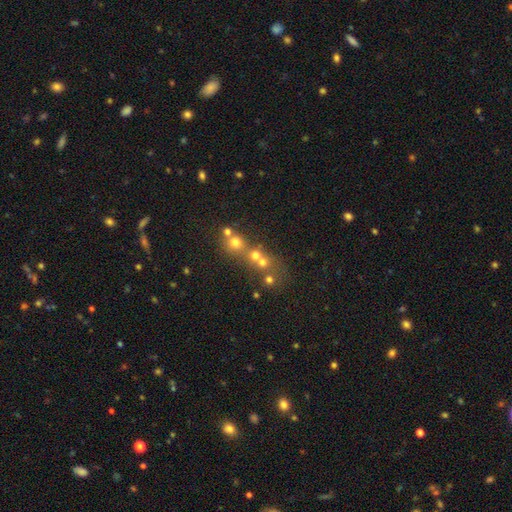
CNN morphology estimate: smooth 51%, star or artifact 27%, featured or disk 21%. Down the decision tree: how rounded — round (82%); merging — merger (48%).